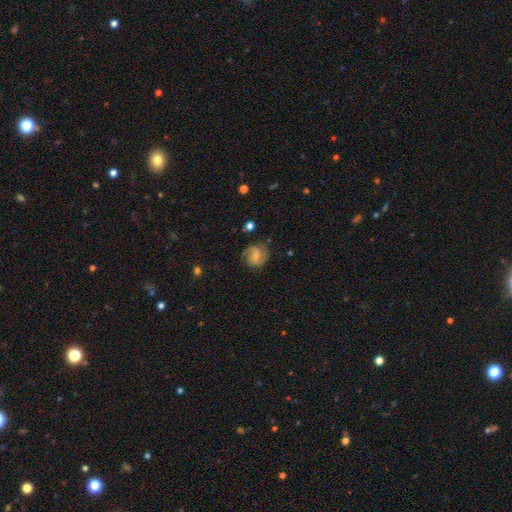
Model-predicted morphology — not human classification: type=featured or disk (62%); edge-on=no (98%); bar=weak (46%); spiral arms=yes (90%); winding=medium (48%); arm count=2 (77%); bulge=small (54%); merging=none (70%).